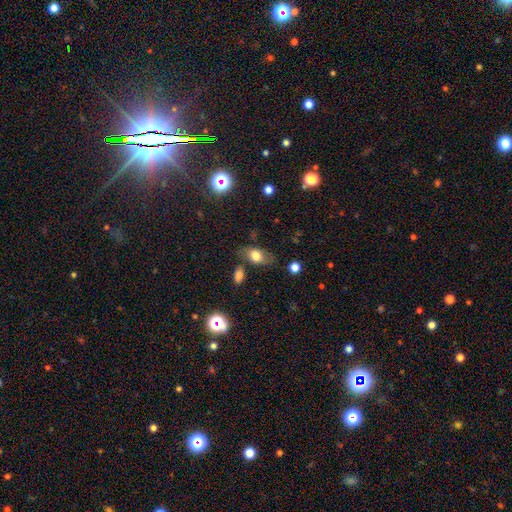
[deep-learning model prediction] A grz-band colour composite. It shows a smooth galaxy with no disk features (74%) that is in between round and cigar-shaped (84%). Merging: none (69%).